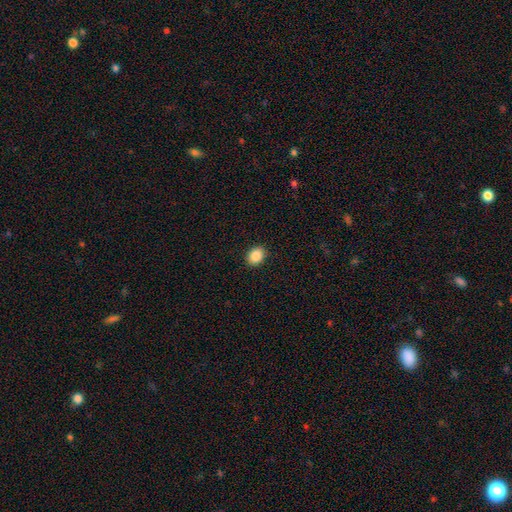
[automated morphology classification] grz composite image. It shows a smooth galaxy with no disk features (88%) that is in between round and cigar-shaped (62%). Merging: none (91%).